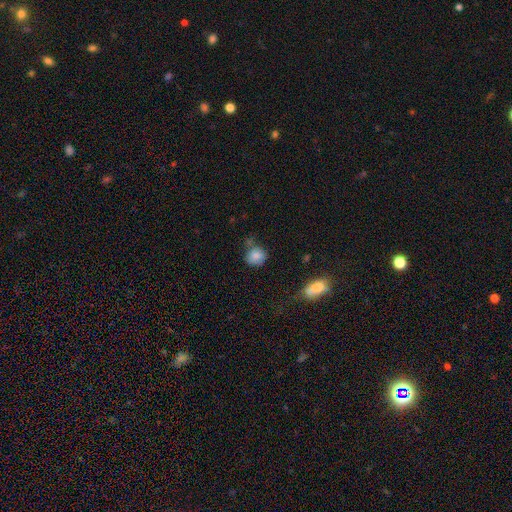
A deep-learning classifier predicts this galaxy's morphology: smooth_or_featured: smooth (p=0.83) [alt: star or artifact p=0.09]
how_rounded: round (p=0.78) [alt: in between p=0.20]
merging: none (p=0.62) [alt: minor disturbance p=0.22]